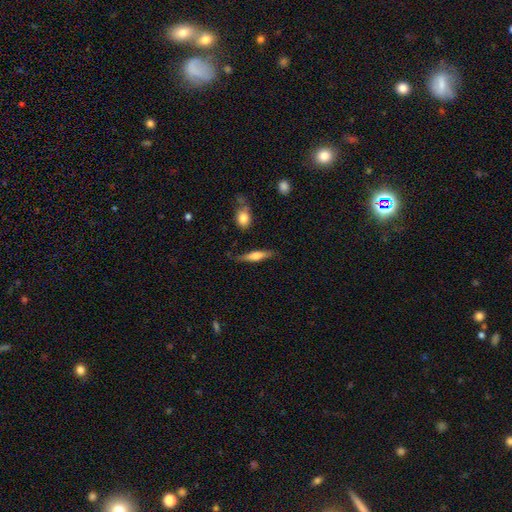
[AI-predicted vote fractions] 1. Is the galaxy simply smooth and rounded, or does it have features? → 52% smooth, 41% featured or disk, 6% star or artifact.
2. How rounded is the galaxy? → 76% cigar-shaped, 22% in between, 2% round.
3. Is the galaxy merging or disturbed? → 78% none, 16% minor disturbance, 4% major disturbance, 3% merger.